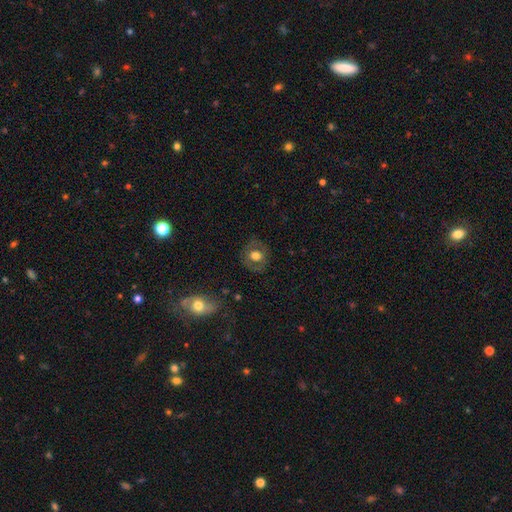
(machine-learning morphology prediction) Smooth or featured: smooth — 54% (featured or disk — 38%)
How rounded: round — 74% (in between — 25%)
Merging: none — 80% (minor disturbance — 13%)